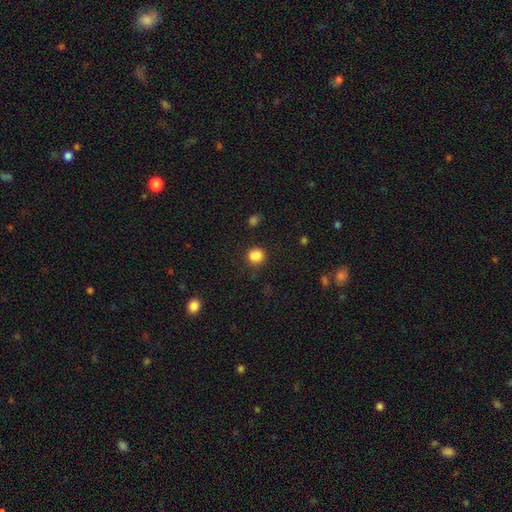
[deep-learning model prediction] Q: Smooth or featured?
A: smooth (85%); runner-up: star or artifact (11%)
Q: How rounded?
A: round (79%); runner-up: in between (20%)
Q: Merging?
A: none (77%); runner-up: minor disturbance (13%)